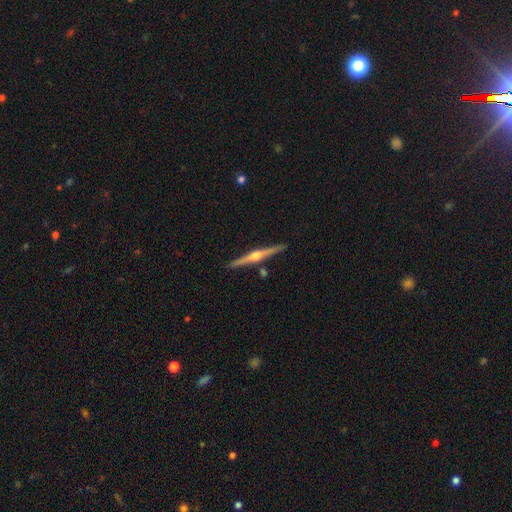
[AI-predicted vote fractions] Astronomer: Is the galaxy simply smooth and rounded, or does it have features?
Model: featured or disk — 83%.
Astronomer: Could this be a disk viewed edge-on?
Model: yes — 98%.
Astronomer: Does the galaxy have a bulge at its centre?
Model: rounded — 94%.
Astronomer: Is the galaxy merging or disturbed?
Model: none — 90%.